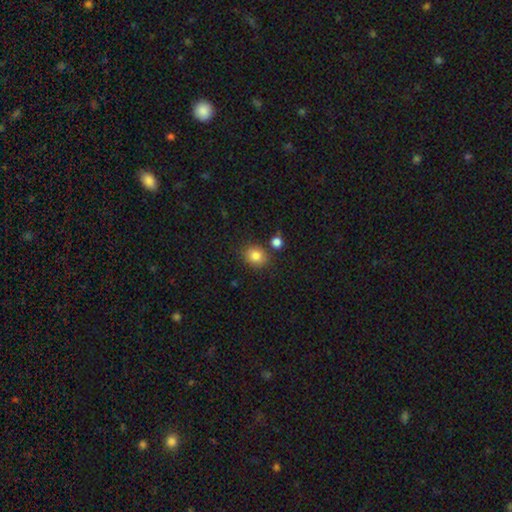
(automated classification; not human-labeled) This appears to be a smooth galaxy with no disk features (84%) that is round (71%). Merging: none (79%).